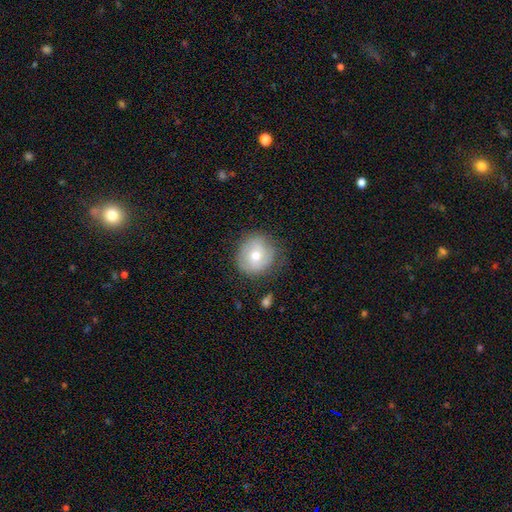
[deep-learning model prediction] Smooth or featured? smooth (61%)
How rounded? round (87%)
Merging? none (74%)